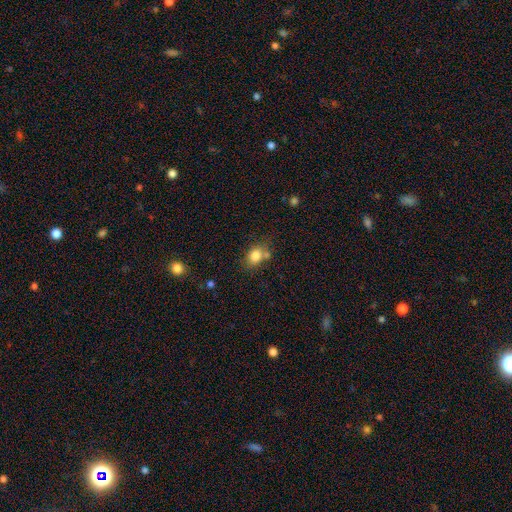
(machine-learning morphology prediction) type=smooth (81%); roundness=in between (62%); merging=none (59%).